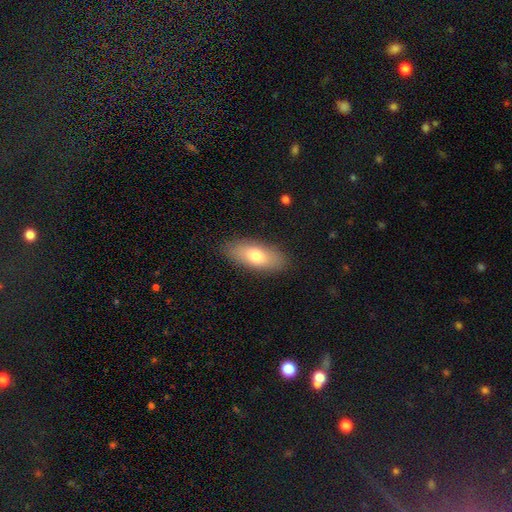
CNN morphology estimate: A smooth galaxy with no disk features (74%) that is in between round and cigar-shaped (76%).

Vote fractions:
- Smooth or featured? smooth: 74% / featured or disk: 20% / star or artifact: 6%
- How rounded? in between: 76% / cigar-shaped: 21% / round: 3%
- Merging? none: 87% / minor disturbance: 10% / major disturbance: 3% / merger: 1%